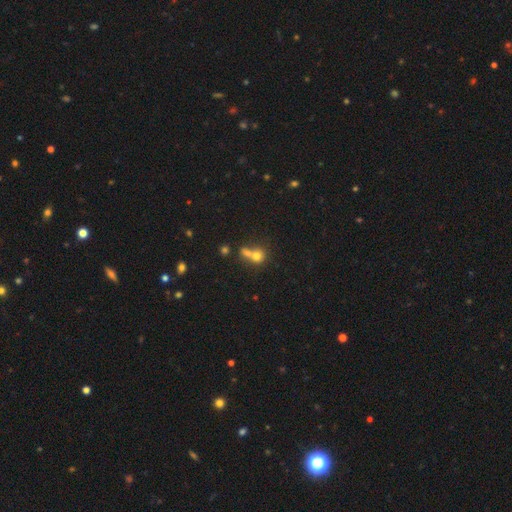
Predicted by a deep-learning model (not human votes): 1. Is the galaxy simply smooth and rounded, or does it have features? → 69% smooth, 16% star or artifact, 15% featured or disk.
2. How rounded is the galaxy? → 76% round, 23% in between, 2% cigar-shaped.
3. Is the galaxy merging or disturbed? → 56% merger, 32% none, 7% minor disturbance, 4% major disturbance.